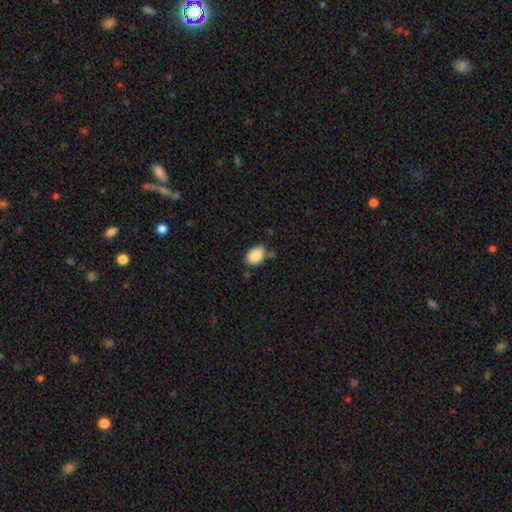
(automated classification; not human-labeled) The model was most divided on "merging": none: 62%, minor disturbance: 26%, merger: 7%, major disturbance: 5%. More confident: smooth or featured — smooth (87%); how rounded — in between (78%).